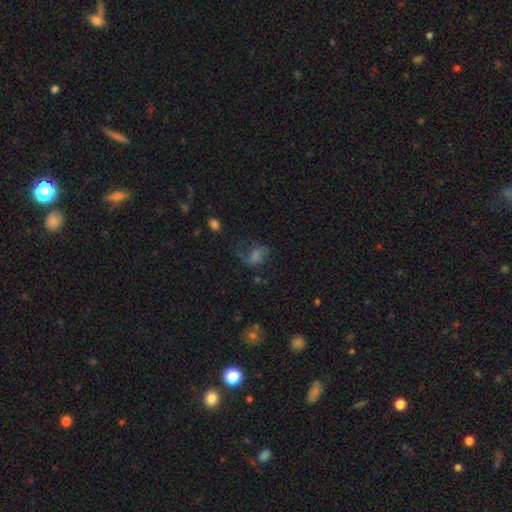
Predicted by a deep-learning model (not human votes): Smooth or featured? Predicted: smooth (p=0.38, tied with featured or disk). Merging? Predicted: none (p=0.40).